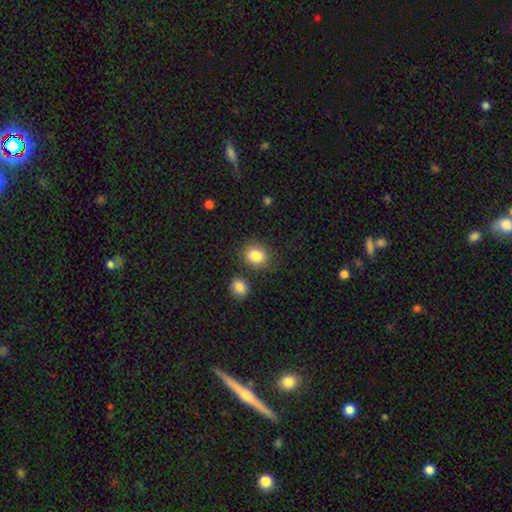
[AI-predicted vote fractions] This appears to be a smooth galaxy with no disk features (86%) that is round (60%). Merging: none (78%).